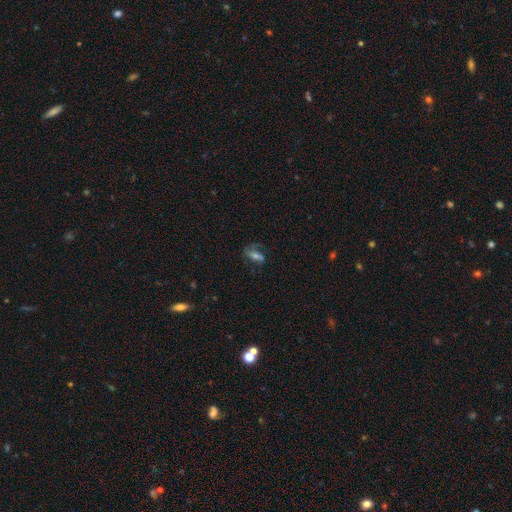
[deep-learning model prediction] Smooth or featured?
  - featured or disk: 51% *
  - smooth: 38%
  - star or artifact: 12%
Edge-on disk?
  - no: 87% *
  - yes: 13%
Merging?
  - none: 54% *
  - major disturbance: 21%
  - minor disturbance: 21%
  - merger: 3%